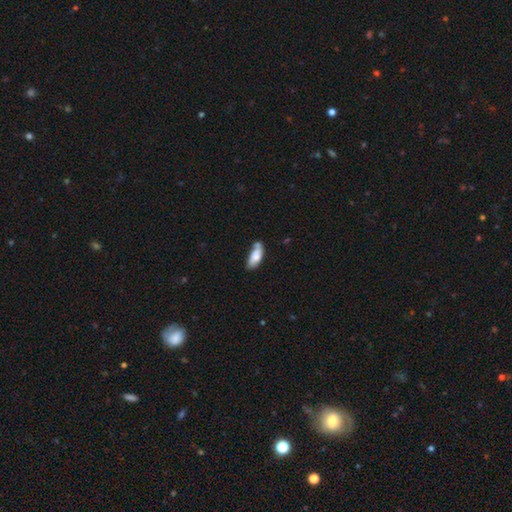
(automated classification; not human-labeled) smooth_or_featured: smooth (p=0.79) [alt: featured or disk p=0.15]
how_rounded: in between (p=0.78) [alt: cigar-shaped p=0.20]
merging: none (p=0.46) [alt: minor disturbance p=0.27]